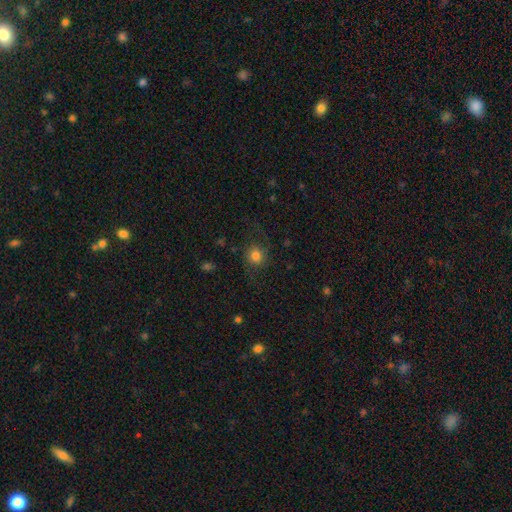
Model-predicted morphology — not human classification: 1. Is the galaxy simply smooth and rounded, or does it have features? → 73% smooth, 15% featured or disk, 12% star or artifact.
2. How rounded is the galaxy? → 85% round, 14% in between, 1% cigar-shaped.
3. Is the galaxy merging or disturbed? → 73% none, 15% minor disturbance, 11% major disturbance, 2% merger.